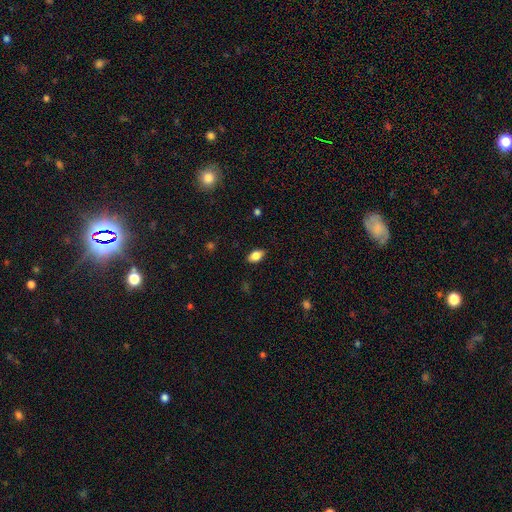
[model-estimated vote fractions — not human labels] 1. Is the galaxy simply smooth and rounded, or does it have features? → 82% smooth, 10% featured or disk, 8% star or artifact.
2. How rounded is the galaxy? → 89% in between, 7% round, 3% cigar-shaped.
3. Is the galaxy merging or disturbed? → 86% none, 11% minor disturbance, 2% major disturbance, 1% merger.